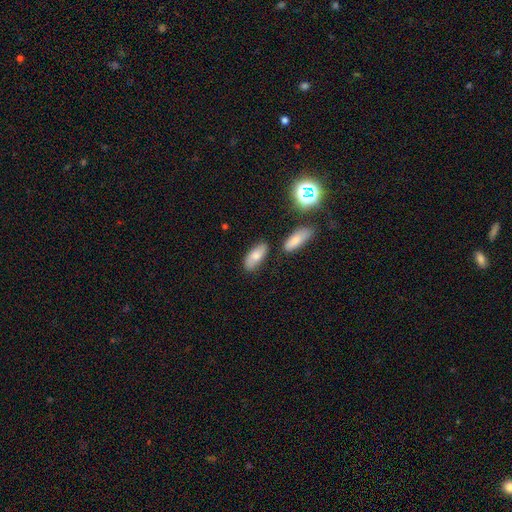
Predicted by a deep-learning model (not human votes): Smooth or featured: smooth — 69% (featured or disk — 23%)
How rounded: in between — 84% (cigar-shaped — 13%)
Merging: none — 72% (minor disturbance — 17%)